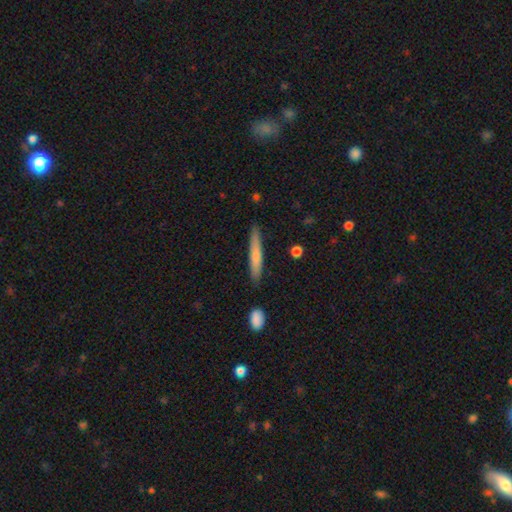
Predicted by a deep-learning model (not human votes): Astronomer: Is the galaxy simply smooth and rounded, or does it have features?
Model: smooth — 68%.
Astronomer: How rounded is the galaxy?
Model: cigar-shaped — 93%.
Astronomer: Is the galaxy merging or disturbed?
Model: none — 84%.